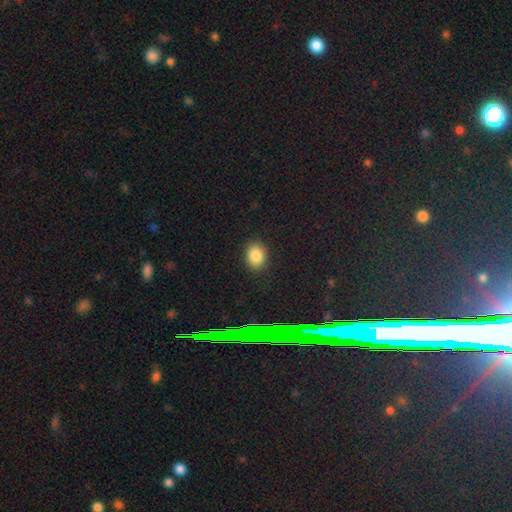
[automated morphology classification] This appears to be a smooth galaxy with no disk features (84%) that is in between round and cigar-shaped (58%). Merging: none (88%).